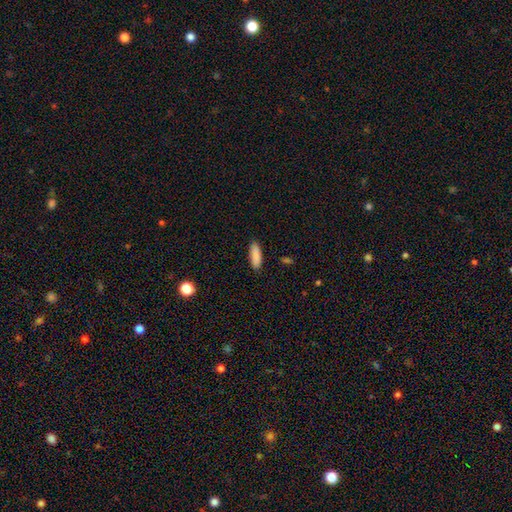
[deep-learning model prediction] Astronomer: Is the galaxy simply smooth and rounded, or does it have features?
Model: smooth — 89%.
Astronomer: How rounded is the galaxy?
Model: in between — 58% (runner-up: cigar-shaped, 40%).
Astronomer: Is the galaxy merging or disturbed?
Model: none — 89%.